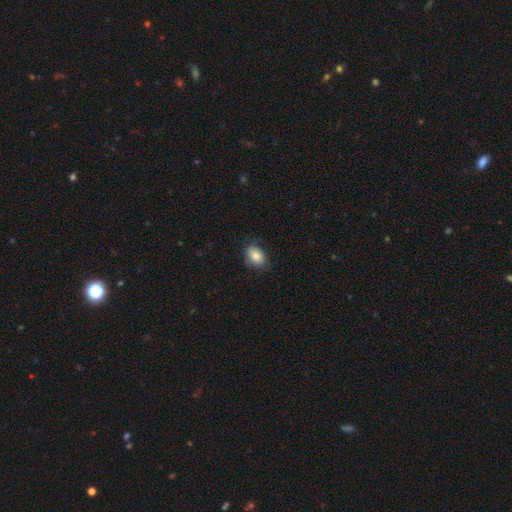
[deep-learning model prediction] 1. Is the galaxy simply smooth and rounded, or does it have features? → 84% smooth, 9% featured or disk, 8% star or artifact.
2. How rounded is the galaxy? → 78% in between, 20% round, 1% cigar-shaped.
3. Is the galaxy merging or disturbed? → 78% none, 17% minor disturbance, 4% major disturbance, 1% merger.